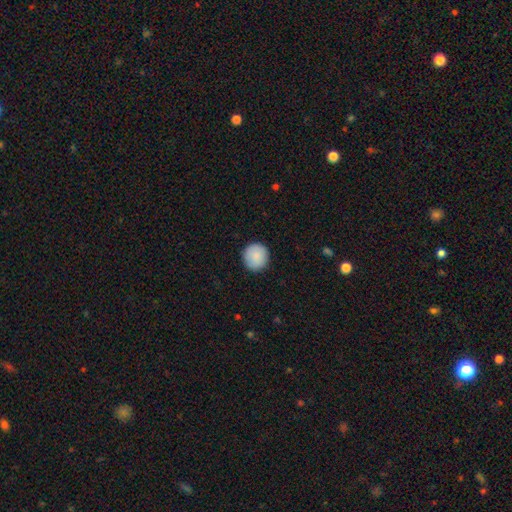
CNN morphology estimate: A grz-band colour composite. It shows a smooth galaxy with no disk features (89%) that is round (93%). Merging: none (91%).